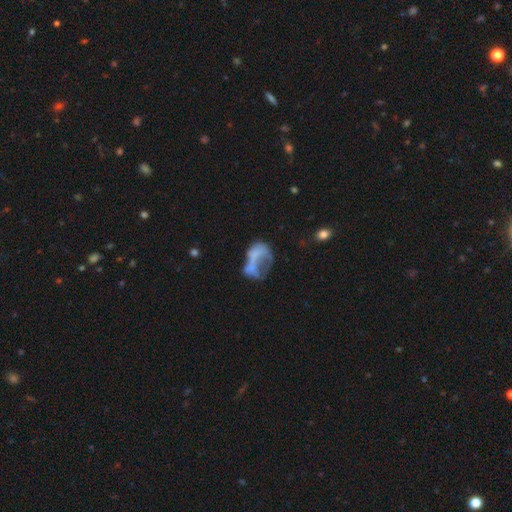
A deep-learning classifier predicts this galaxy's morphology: Smooth or featured?
  - featured or disk: 44% *
  - smooth: 43%
  - star or artifact: 13%
Merging?
  - major disturbance: 47% *
  - none: 22%
  - minor disturbance: 16%
  - merger: 15%